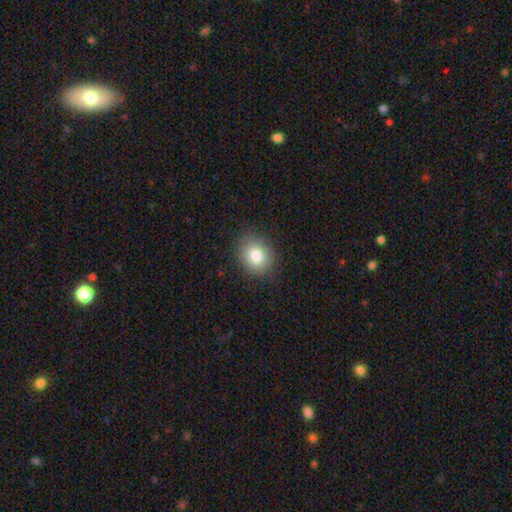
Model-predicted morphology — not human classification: Smooth or featured? smooth (82%)
How rounded? round (66%)
Merging? none (85%)